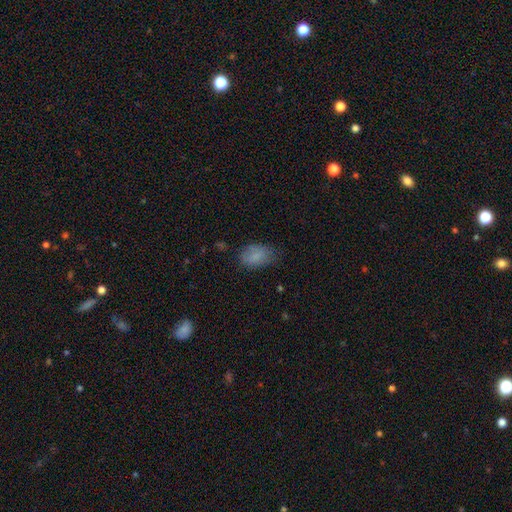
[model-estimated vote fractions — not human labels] Morphology: type=smooth (80%); roundness=in between (89%); merging=none (62%).